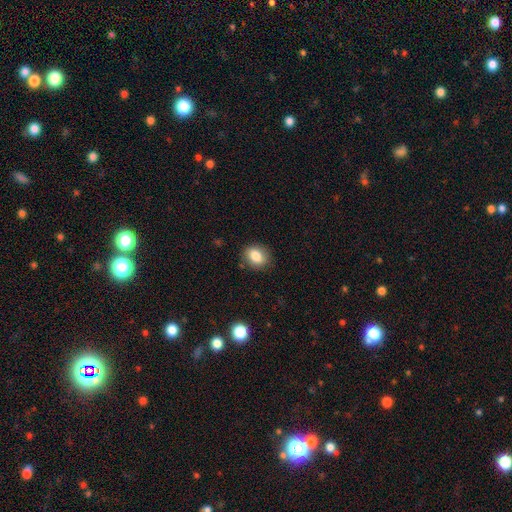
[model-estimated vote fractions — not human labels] Smooth or featured?
  - smooth: 83% *
  - star or artifact: 9%
  - featured or disk: 8%
How rounded?
  - in between: 54% *
  - round: 45%
  - cigar-shaped: 1%
Merging?
  - none: 84% *
  - minor disturbance: 11%
  - major disturbance: 3%
  - merger: 1%